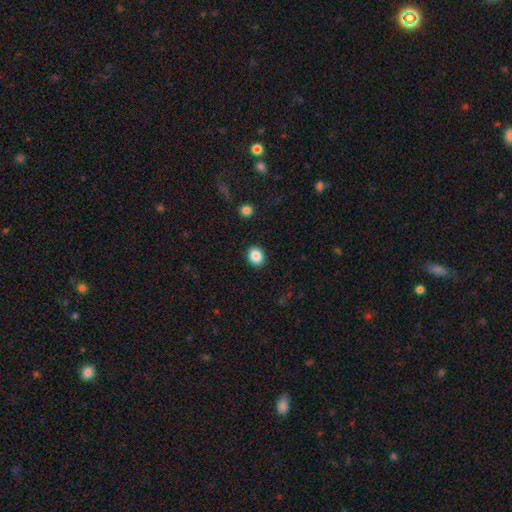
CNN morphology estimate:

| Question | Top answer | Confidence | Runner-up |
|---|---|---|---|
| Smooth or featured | smooth | 87% | star or artifact (9%) |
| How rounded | round | 55% | in between (44%) |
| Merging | none | 90% | minor disturbance (7%) |